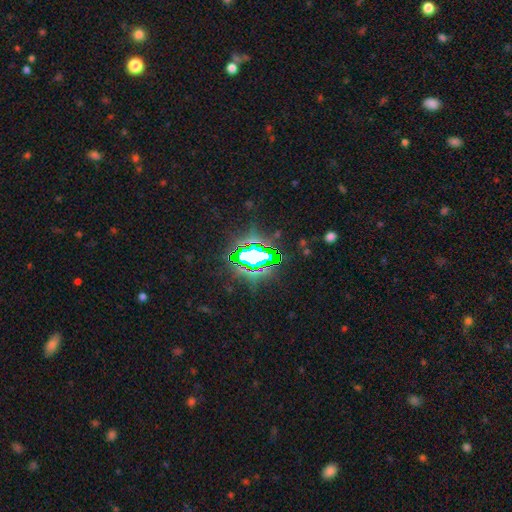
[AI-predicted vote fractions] This appears to be a star or artifact, not a galaxy (73%).